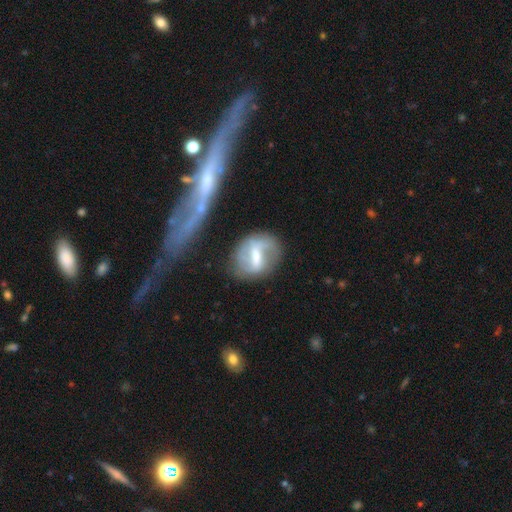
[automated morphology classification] featured or disk 68%, smooth 25%, star or artifact 7%. Down the decision tree: edge-on disk — no (95%); bar — strong (47%); spiral arms — yes (75%); bulge size — moderate (52%); merging — none (65%).